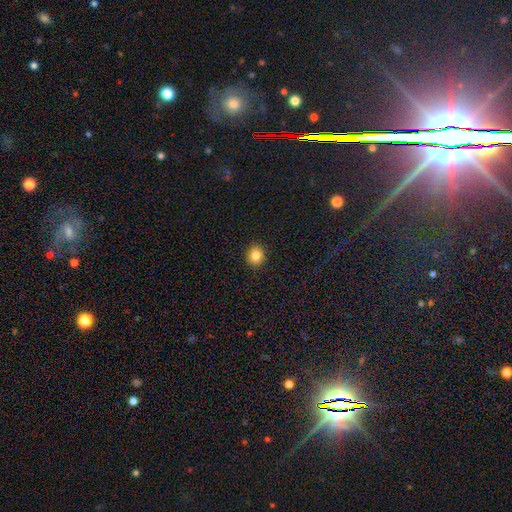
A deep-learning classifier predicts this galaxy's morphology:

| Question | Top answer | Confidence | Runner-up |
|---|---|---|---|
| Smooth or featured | smooth | 82% | star or artifact (11%) |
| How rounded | round | 76% | in between (23%) |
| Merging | none | 92% | minor disturbance (6%) |